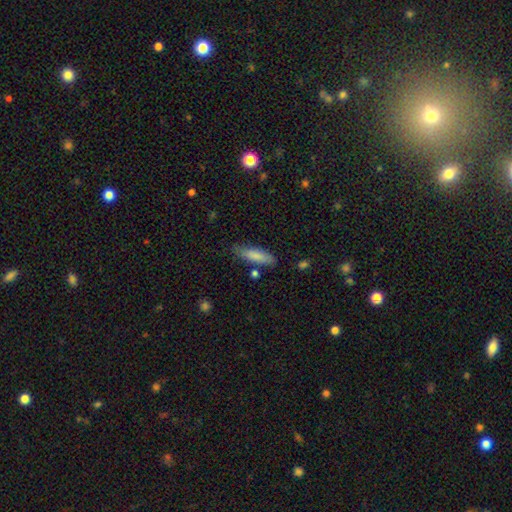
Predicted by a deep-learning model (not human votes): Morphology: type=smooth (81%); roundness=cigar-shaped (59%); merging=none (75%).